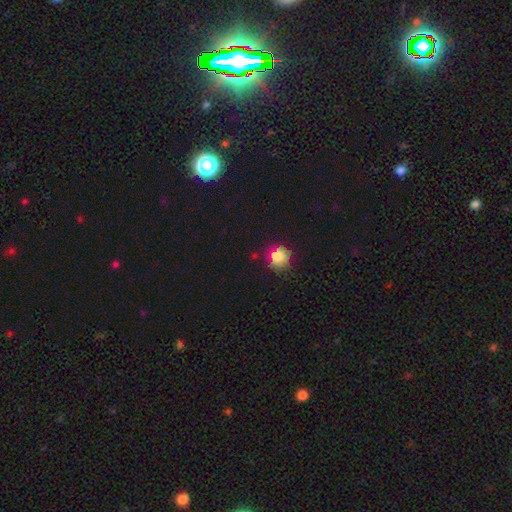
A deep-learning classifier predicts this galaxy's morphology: type=smooth (75%); roundness=round (89%); merging=none (77%).